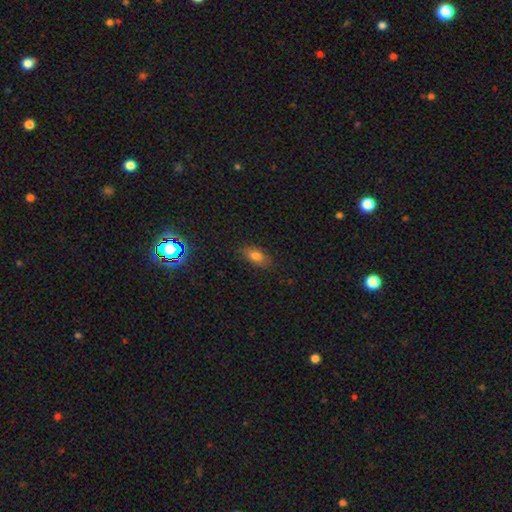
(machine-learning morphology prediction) smooth 77%, star or artifact 12%, featured or disk 11%. Down the decision tree: how rounded — in between (86%); merging — none (84%).